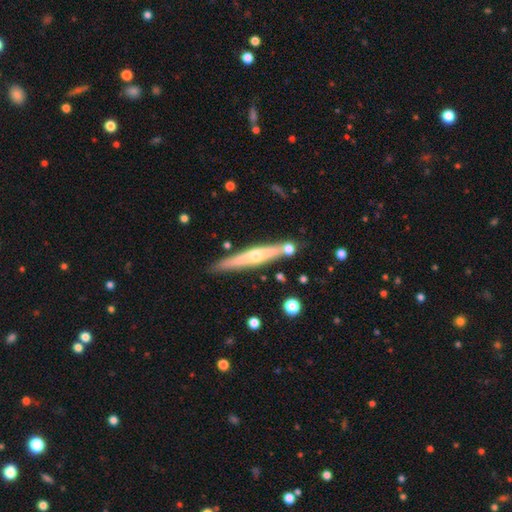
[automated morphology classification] Overall: featured or disk (63%; smooth 31%). Edge-on disk: yes (95%). Edge-on bulge: rounded (83%). Merging: none (82%).